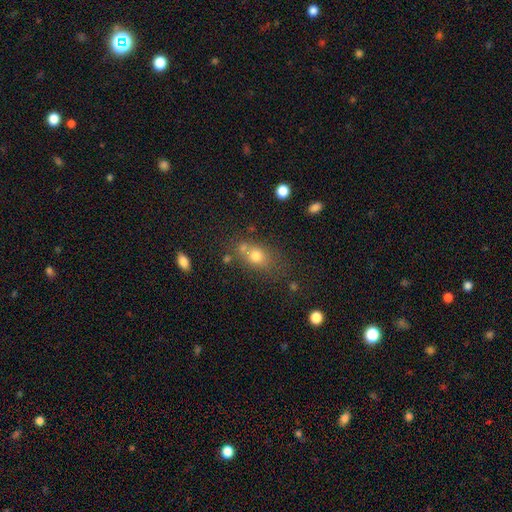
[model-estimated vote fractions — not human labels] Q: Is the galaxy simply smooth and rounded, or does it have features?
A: smooth — 72%.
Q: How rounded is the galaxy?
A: in between — 54%.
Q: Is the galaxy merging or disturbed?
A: none — 50%.